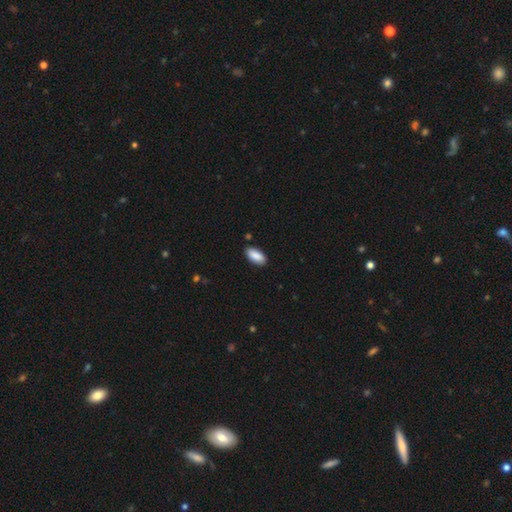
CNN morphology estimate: Smooth or featured: smooth — 89% (star or artifact — 6%)
How rounded: in between — 91% (cigar-shaped — 7%)
Merging: none — 86% (minor disturbance — 10%)